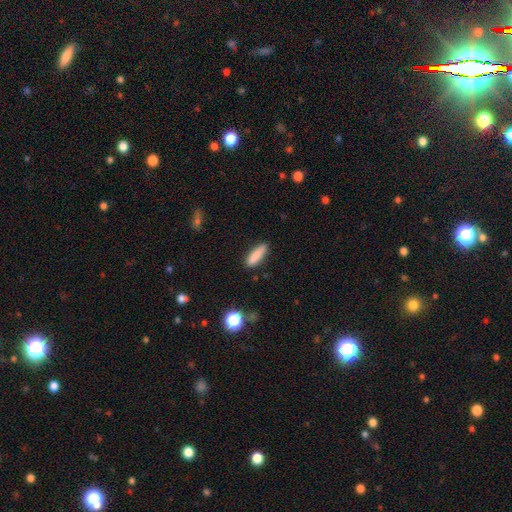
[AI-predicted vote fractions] Q: Smooth or featured?
A: smooth (86%); runner-up: star or artifact (7%)
Q: How rounded?
A: cigar-shaped (65%); runner-up: in between (33%)
Q: Merging?
A: none (84%); runner-up: minor disturbance (11%)